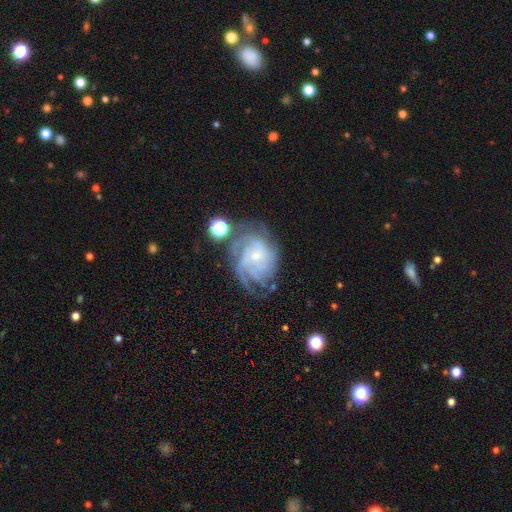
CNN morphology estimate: This appears to be a featured or disk galaxy (82%) with no bar (68%), tight (58%) spiral arms (95%) and a small central bulge (71%). Merging: none (60%).